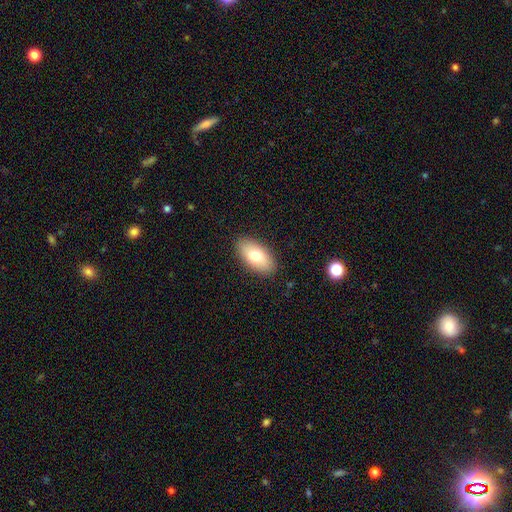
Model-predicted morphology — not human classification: Smooth or featured? smooth (73%)
How rounded? in between (93%)
Merging? none (88%)